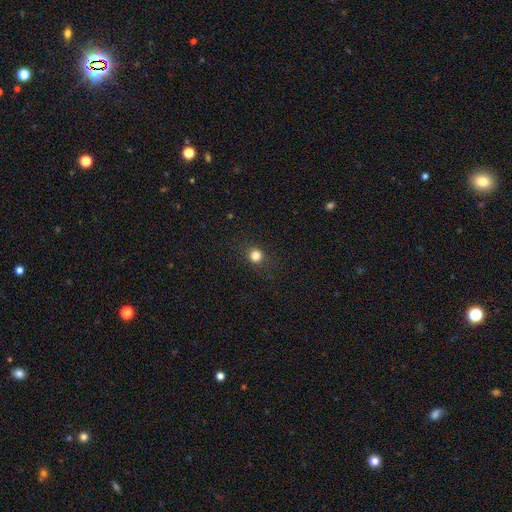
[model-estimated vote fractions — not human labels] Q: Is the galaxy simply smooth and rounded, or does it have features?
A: smooth — 81%.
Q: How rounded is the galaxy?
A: round — 89%.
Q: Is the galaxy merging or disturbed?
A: none — 88%.